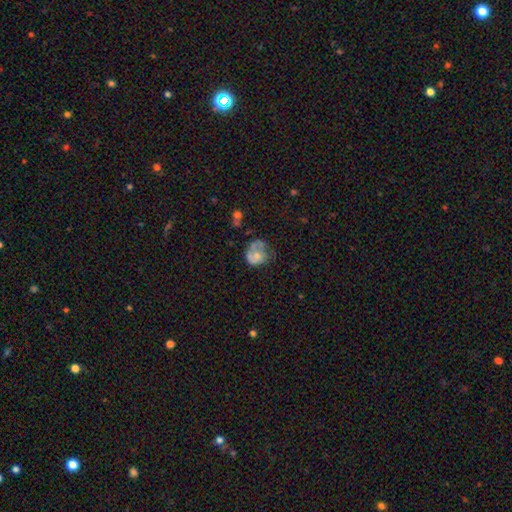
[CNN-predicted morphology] smooth_or_featured: smooth (p=0.49) [alt: featured or disk p=0.43]
merging: none (p=0.34) [alt: major disturbance p=0.32]